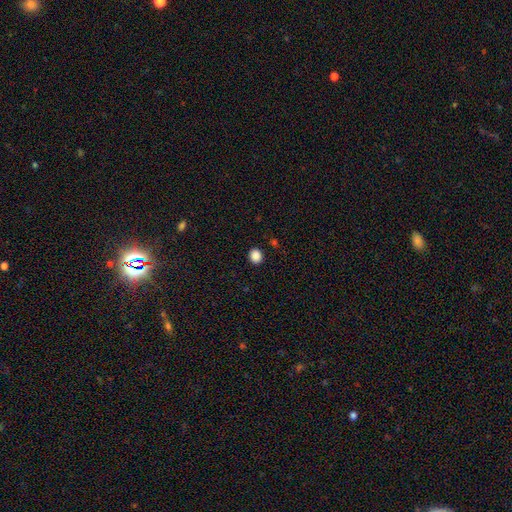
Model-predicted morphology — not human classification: Overall: smooth (87%). How rounded: round (74%). Merging: none (91%).